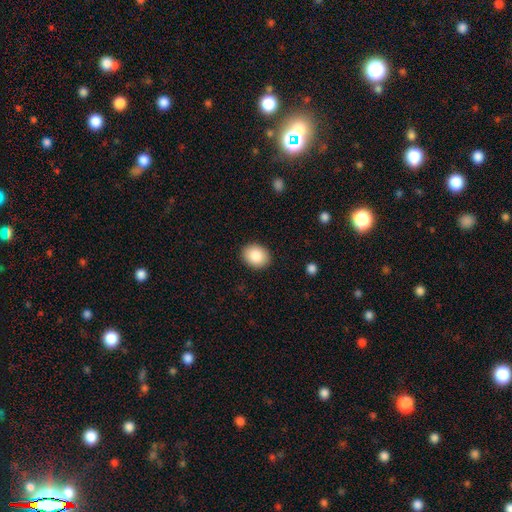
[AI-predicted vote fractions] Morphology: type=smooth (87%); roundness=in between (53%); merging=none (90%).